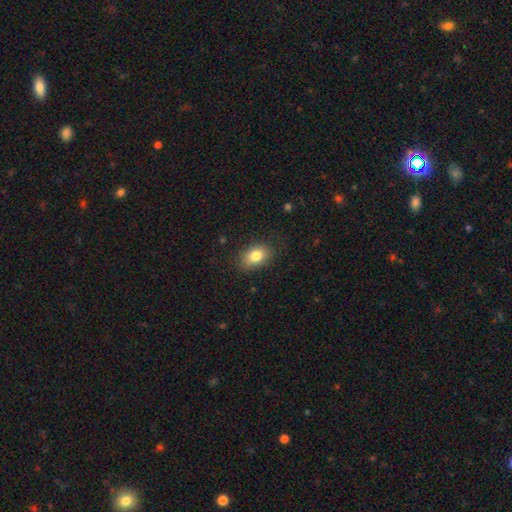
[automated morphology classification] A smooth galaxy with no disk features (82%) that is in between round and cigar-shaped (80%). Merging: none (82%).